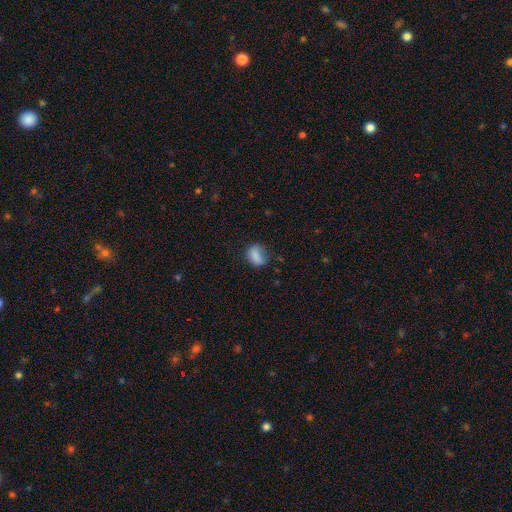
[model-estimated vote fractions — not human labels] Smooth or featured?
  - smooth: 80% *
  - featured or disk: 10%
  - star or artifact: 10%
How rounded?
  - in between: 69% *
  - round: 26%
  - cigar-shaped: 6%
Merging?
  - none: 58% *
  - minor disturbance: 28%
  - major disturbance: 12%
  - merger: 3%